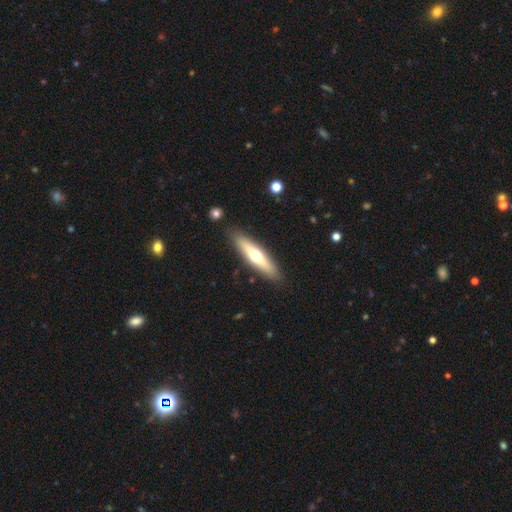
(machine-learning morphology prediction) smooth_or_featured: smooth (p=0.49) [alt: featured or disk p=0.45]
merging: none (p=0.88) [alt: minor disturbance p=0.08]